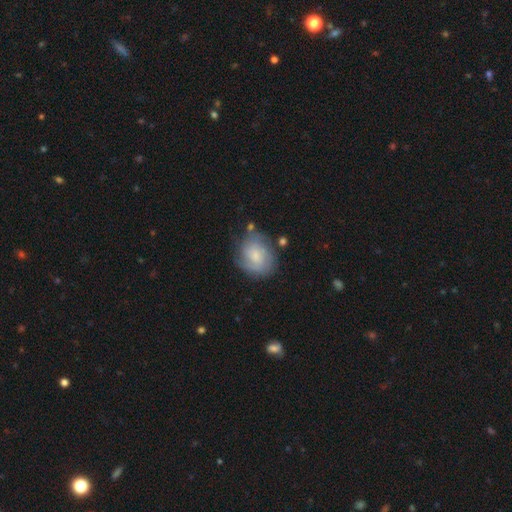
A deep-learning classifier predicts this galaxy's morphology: Q: Smooth or featured?
A: featured or disk (48%); runner-up: smooth (45%)
Q: Merging?
A: none (63%); runner-up: minor disturbance (23%)